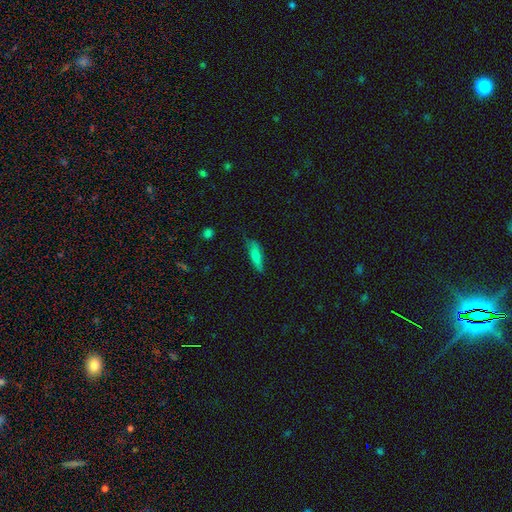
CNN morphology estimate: Q: Smooth or featured?
A: smooth (75%); runner-up: featured or disk (18%)
Q: How rounded?
A: cigar-shaped (58%); runner-up: in between (39%)
Q: Merging?
A: none (60%); runner-up: minor disturbance (30%)